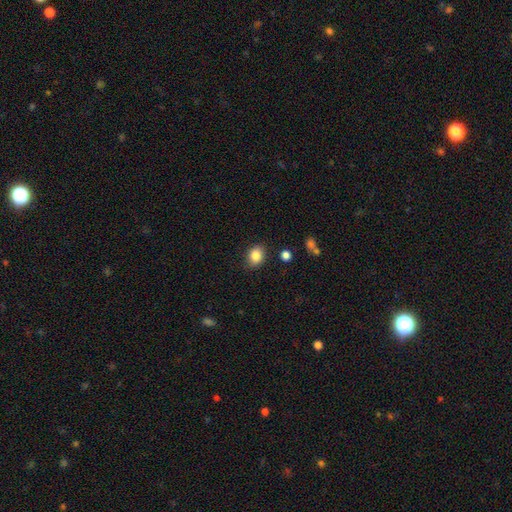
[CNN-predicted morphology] This appears to be a smooth galaxy with no disk features (85%) that is in between round and cigar-shaped (56%). Merging: none (85%).